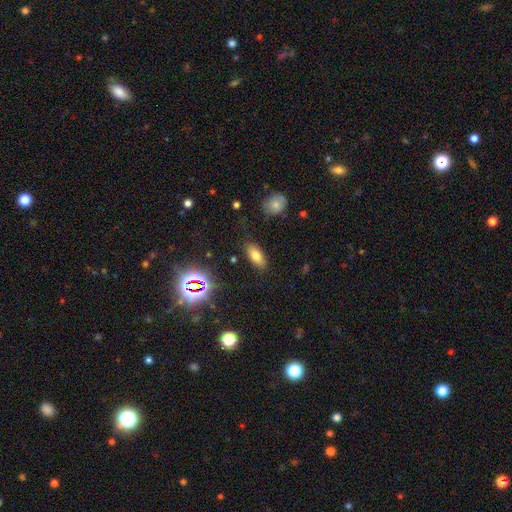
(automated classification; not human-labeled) The model was most divided on "smooth or featured": smooth: 73%, star or artifact: 15%, featured or disk: 12%. More confident: how rounded — in between (84%); merging — none (83%).